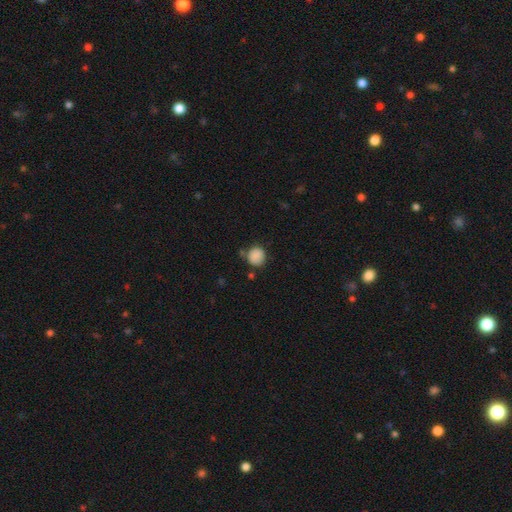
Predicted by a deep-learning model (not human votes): A smooth galaxy with no disk features (87%) that is round (85%).

Vote fractions:
- Smooth or featured? smooth: 87% / star or artifact: 9% / featured or disk: 4%
- How rounded? round: 85% / in between: 14% / cigar-shaped: 1%
- Merging? none: 75% / minor disturbance: 15% / merger: 6% / major disturbance: 4%